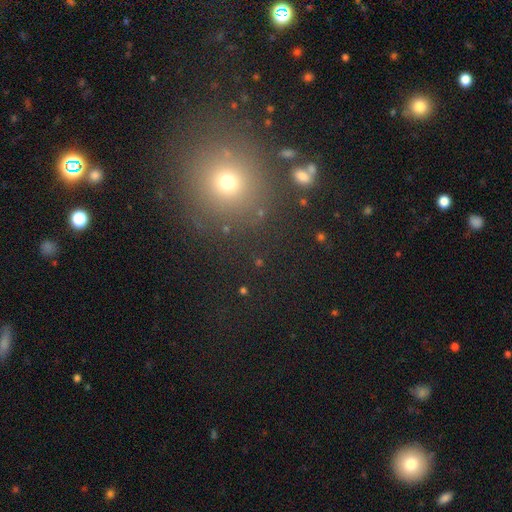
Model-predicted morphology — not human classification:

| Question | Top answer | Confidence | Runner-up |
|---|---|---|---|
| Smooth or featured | smooth | 56% | star or artifact (34%) |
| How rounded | round | 89% | in between (9%) |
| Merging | none | 84% | minor disturbance (8%) |